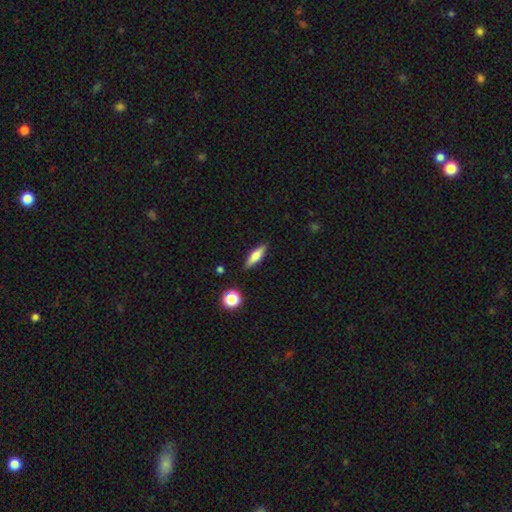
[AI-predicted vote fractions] smooth-or-featured: smooth: 64% | featured or disk: 29% | star or artifact: 7%
  how-rounded: cigar-shaped: 59% | in between: 38% | round: 3%
  merging: none: 87% | minor disturbance: 9% | major disturbance: 2% | merger: 2%